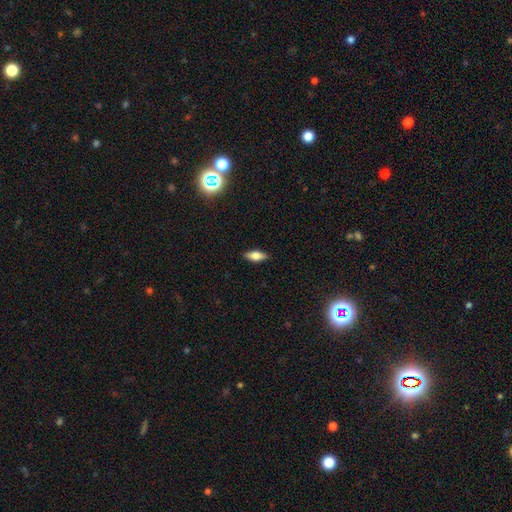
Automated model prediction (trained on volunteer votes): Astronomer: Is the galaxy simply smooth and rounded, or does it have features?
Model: smooth — 67%.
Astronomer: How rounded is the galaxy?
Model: in between — 74%.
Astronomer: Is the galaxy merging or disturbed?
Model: none — 88%.